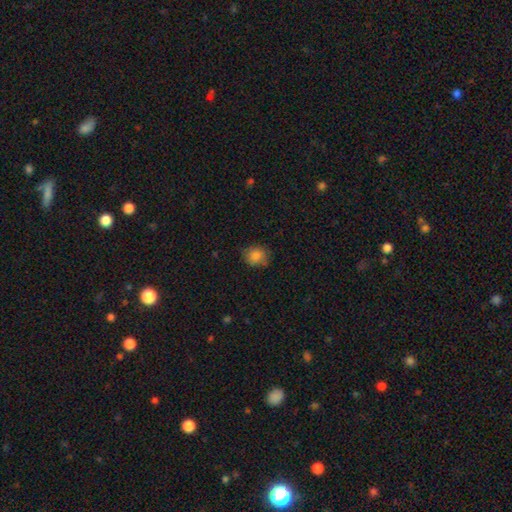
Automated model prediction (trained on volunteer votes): Overall: smooth (83%). How rounded: round (74%). Merging: none (77%).